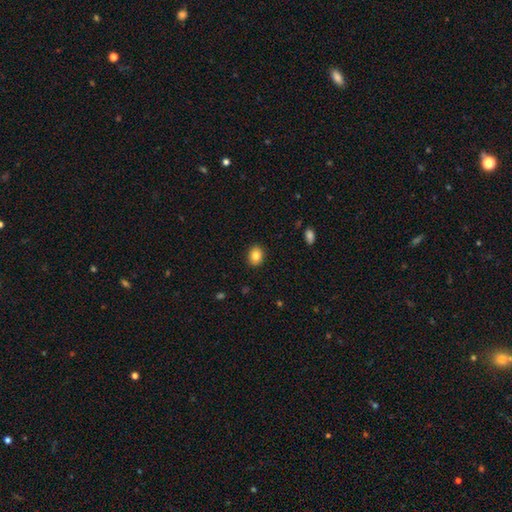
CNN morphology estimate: smooth_or_featured: smooth (p=0.84) [alt: star or artifact p=0.09]
how_rounded: in between (p=0.54) [alt: round p=0.45]
merging: none (p=0.90) [alt: minor disturbance p=0.07]